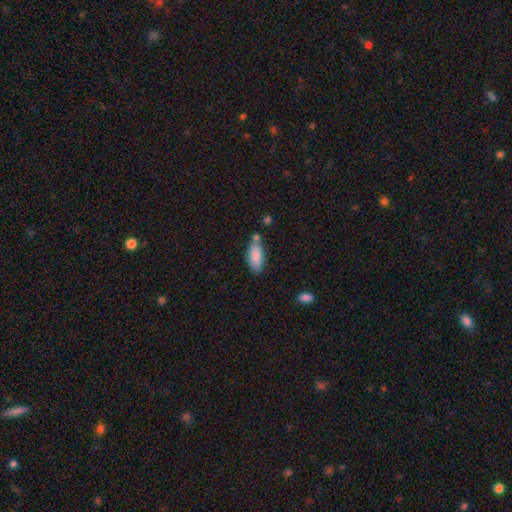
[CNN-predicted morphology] Smooth or featured? Predicted: smooth (p=0.83). How rounded? Predicted: in between (p=0.78). Merging? Predicted: none (p=0.63).